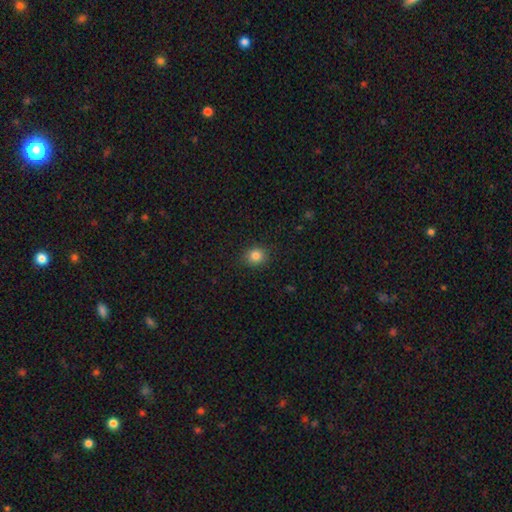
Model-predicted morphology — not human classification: Q: Smooth or featured?
A: smooth (83%); runner-up: star or artifact (11%)
Q: How rounded?
A: round (78%); runner-up: in between (21%)
Q: Merging?
A: none (89%); runner-up: minor disturbance (8%)